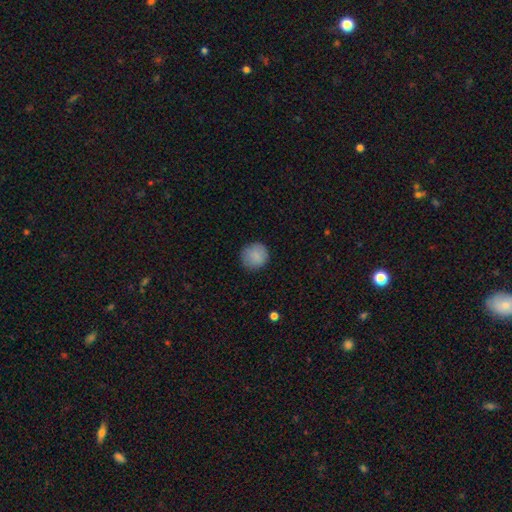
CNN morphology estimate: Smooth or featured?
  - smooth: 87% *
  - star or artifact: 8%
  - featured or disk: 5%
How rounded?
  - round: 93% *
  - in between: 6%
  - cigar-shaped: 1%
Merging?
  - none: 87% *
  - minor disturbance: 9%
  - major disturbance: 2%
  - merger: 1%